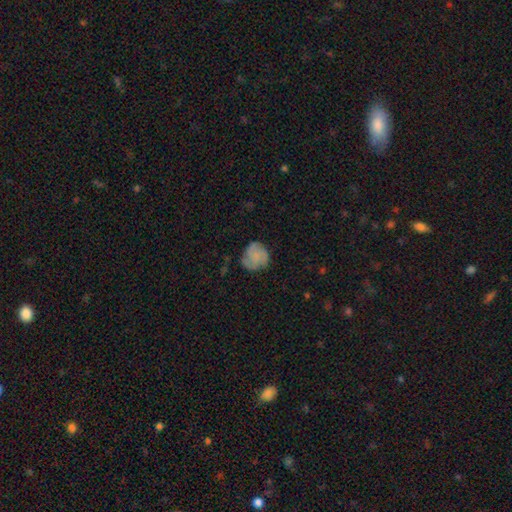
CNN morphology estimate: A smooth galaxy with no disk features (56%) that is round (80%).

Vote fractions:
- Smooth or featured? smooth: 56% / featured or disk: 35% / star or artifact: 9%
- How rounded? round: 80% / in between: 19% / cigar-shaped: 1%
- Merging? none: 66% / minor disturbance: 23% / major disturbance: 9% / merger: 2%